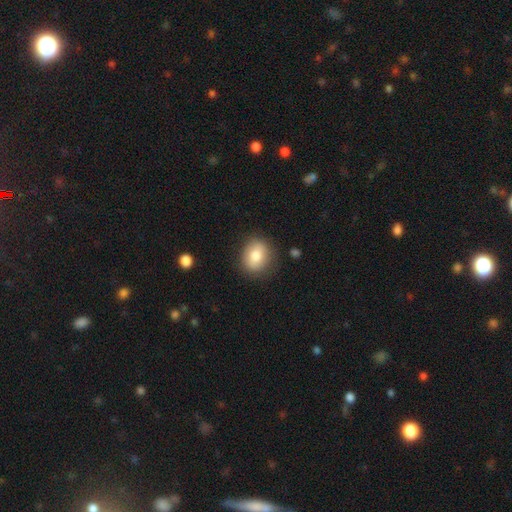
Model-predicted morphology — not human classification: smooth-or-featured: smooth: 80% | featured or disk: 12% | star or artifact: 8%
  how-rounded: round: 58% | in between: 41% | cigar-shaped: 1%
  merging: none: 83% | minor disturbance: 12% | major disturbance: 3% | merger: 1%